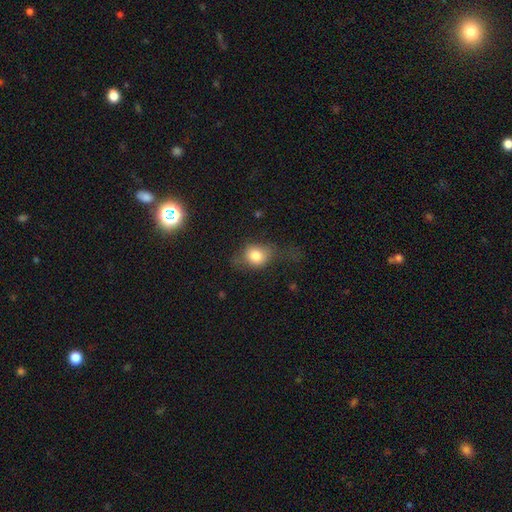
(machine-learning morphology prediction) The model was most divided on "how rounded": round: 54%, in between: 44%, cigar-shaped: 1%. Remaining: smooth or featured — smooth (77%); merging — none (45%).